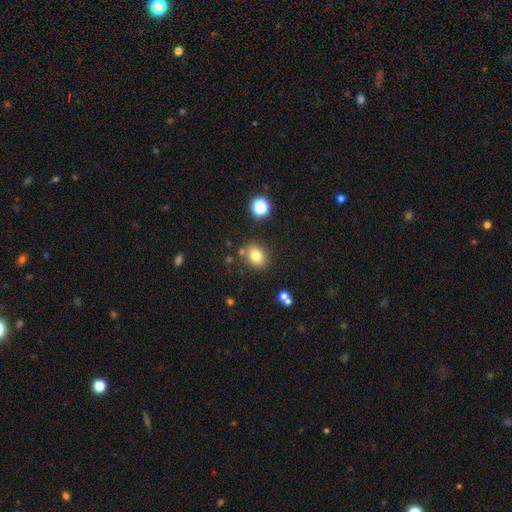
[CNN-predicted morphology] type=smooth (78%); roundness=round (50%); merging=none (78%).